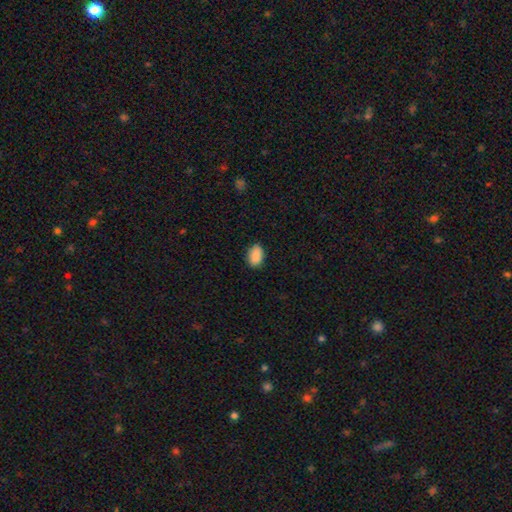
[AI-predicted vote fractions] smooth 89%, star or artifact 7%, featured or disk 4%. Down the decision tree: how rounded — in between (89%); merging — none (85%).